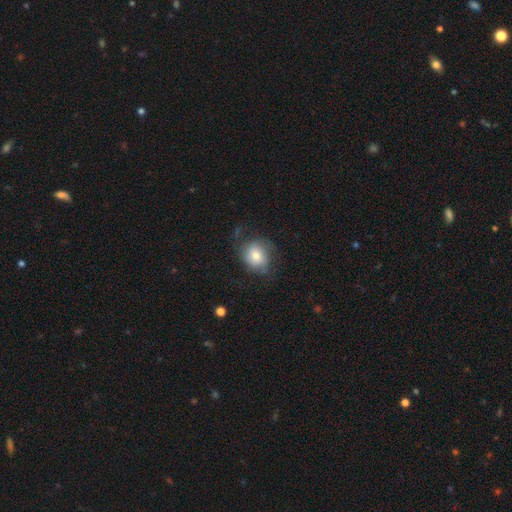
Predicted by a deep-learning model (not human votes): A smooth galaxy with no disk features (65%) that is round (67%).

Vote fractions:
- Smooth or featured? smooth: 65% / featured or disk: 26% / star or artifact: 8%
- How rounded? round: 67% / in between: 32% / cigar-shaped: 1%
- Merging? none: 52% / minor disturbance: 27% / major disturbance: 20% / merger: 2%